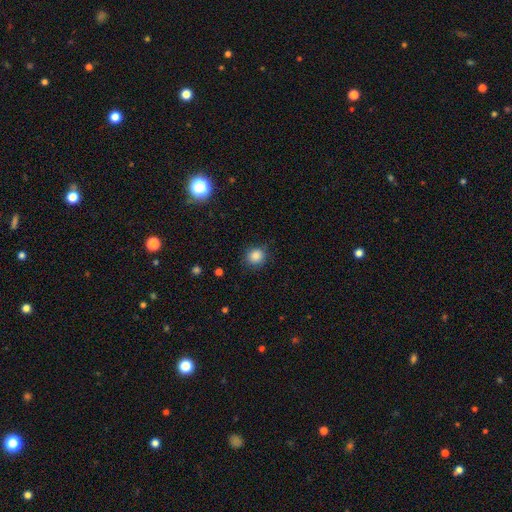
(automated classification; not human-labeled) Overall: smooth (85%). How rounded: round (85%). Merging: none (84%).